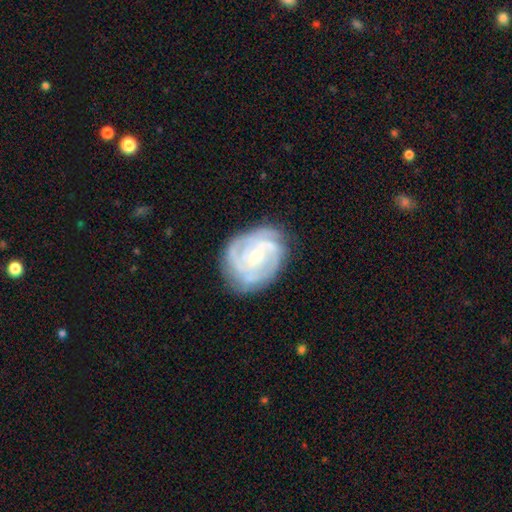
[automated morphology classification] A featured or disk galaxy (87%) with a weak bar (44%), 3 (29%) tight (64%) spiral arms (95%) and a small central bulge (54%).

Vote fractions:
- Smooth or featured? featured or disk: 87% / smooth: 8% / star or artifact: 5%
- Edge-on disk? no: 97% / yes: 3%
- Bar? weak: 44% / no: 42% / strong: 15%
- Spiral arms? yes: 95% / no: 5%
- Spiral winding? tight: 64% / medium: 30% / loose: 6%
- Spiral arm count? 3: 29% / 2: 26% / can't tell: 24% / 4: 11% / 1: 5% / more than 4: 5%
- Bulge size? small: 54% / moderate: 43% / large: 1% / none: 1% / dominant: 1%
- Merging? none: 73% / minor disturbance: 19% / major disturbance: 6% / merger: 1%